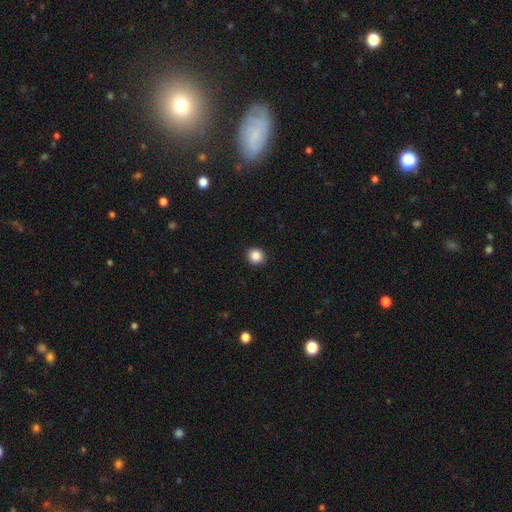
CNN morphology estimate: Smooth or featured: smooth — 87% (star or artifact — 10%)
How rounded: round — 93% (in between — 6%)
Merging: none — 93% (minor disturbance — 4%)